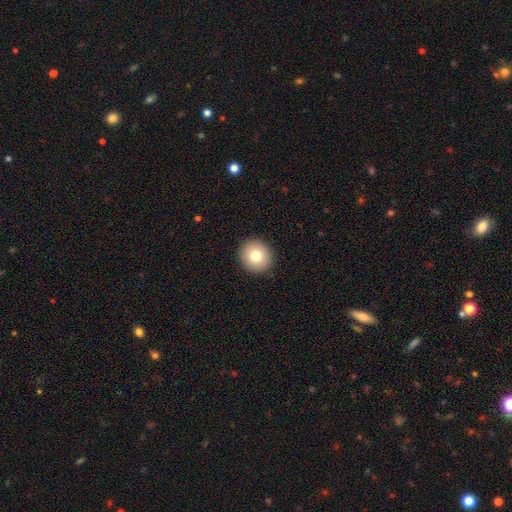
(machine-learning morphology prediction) type=smooth (77%); roundness=round (90%); merging=none (92%).